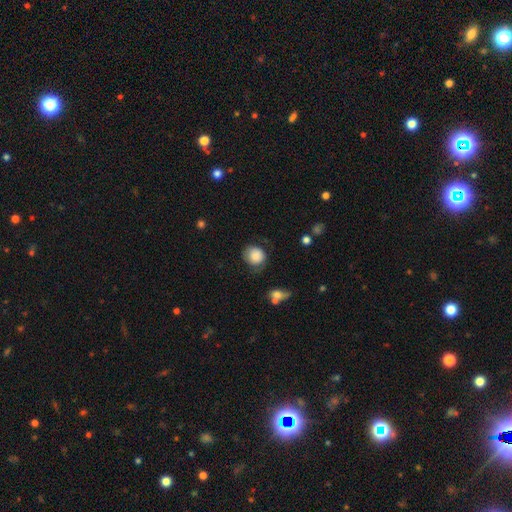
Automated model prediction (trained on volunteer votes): Overall: smooth (82%). How rounded: round (76%). Merging: none (60%; minor disturbance 27%).